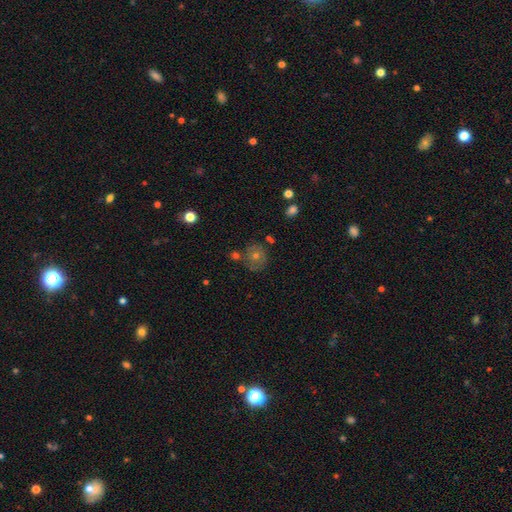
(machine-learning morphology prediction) This is marginally a smooth galaxy (42%). Merging: likely none (74%).